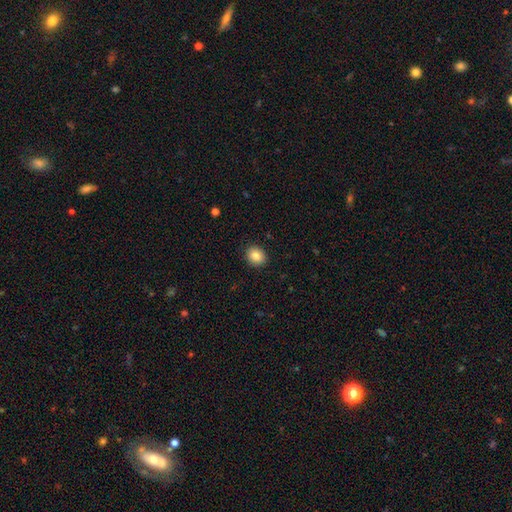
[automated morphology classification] Smooth or featured?
  - smooth: 84% *
  - star or artifact: 9%
  - featured or disk: 7%
How rounded?
  - round: 69% *
  - in between: 31%
  - cigar-shaped: 1%
Merging?
  - none: 91% *
  - minor disturbance: 6%
  - major disturbance: 2%
  - merger: 1%